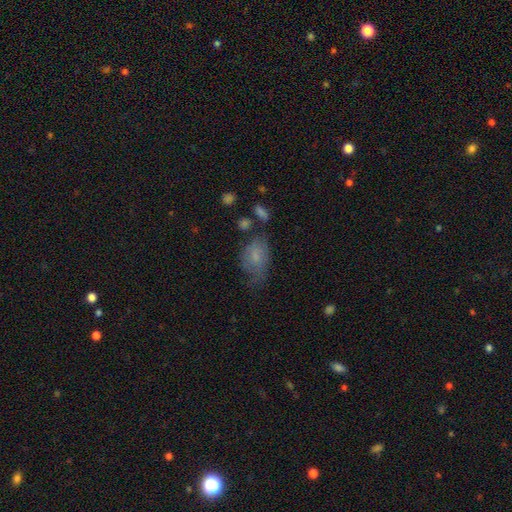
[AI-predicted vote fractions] Overall: smooth (66%). How rounded: in between (83%). Merging: none (43%; minor disturbance 31%).